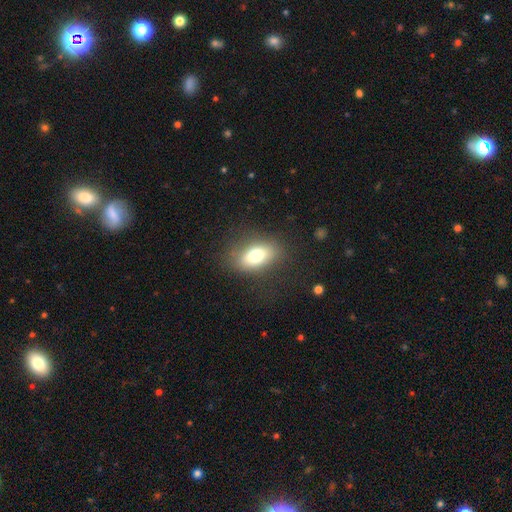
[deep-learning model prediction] Q: Smooth or featured?
A: smooth (75%); runner-up: featured or disk (16%)
Q: How rounded?
A: in between (85%); runner-up: round (10%)
Q: Merging?
A: none (79%); runner-up: minor disturbance (14%)